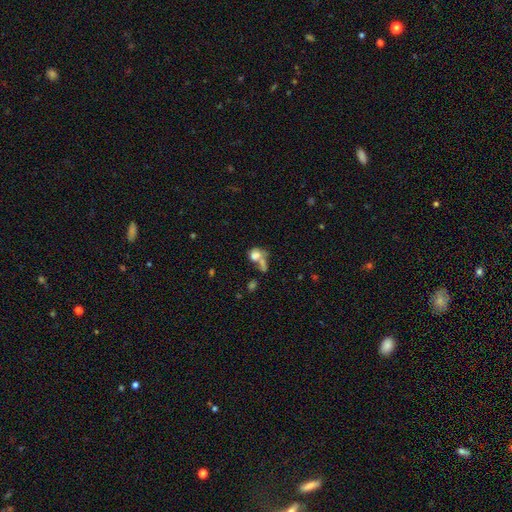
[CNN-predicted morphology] A smooth galaxy with no disk features (71%) that is round (54%). Merging: merger (50%).